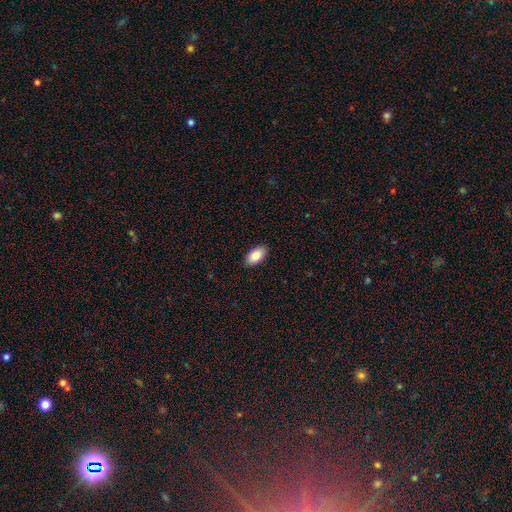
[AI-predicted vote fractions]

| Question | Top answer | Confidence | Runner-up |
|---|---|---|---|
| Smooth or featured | smooth | 85% | featured or disk (8%) |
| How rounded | in between | 94% | round (4%) |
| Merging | none | 89% | minor disturbance (8%) |